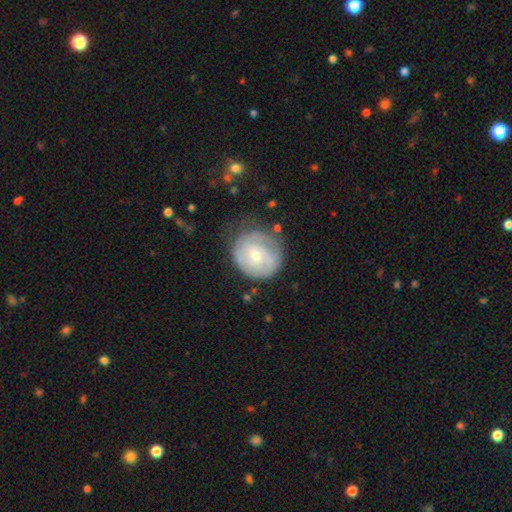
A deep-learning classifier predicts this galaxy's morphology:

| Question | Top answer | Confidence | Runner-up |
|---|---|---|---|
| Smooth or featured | featured or disk | 67% | smooth (27%) |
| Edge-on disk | no | 98% | yes (2%) |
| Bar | no | 63% | weak (32%) |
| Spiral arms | yes | 86% | no (14%) |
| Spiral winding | tight | 64% | medium (27%) |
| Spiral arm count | can't tell | 38% | 2 (31%) |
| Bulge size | small | 53% | moderate (43%) |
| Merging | none | 67% | minor disturbance (22%) |